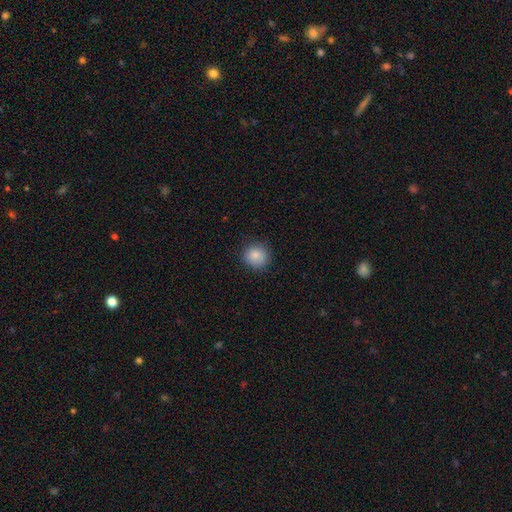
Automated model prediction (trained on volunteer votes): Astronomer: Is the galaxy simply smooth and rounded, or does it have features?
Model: smooth — 86%.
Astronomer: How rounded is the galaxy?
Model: round — 89%.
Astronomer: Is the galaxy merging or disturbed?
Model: none — 86%.